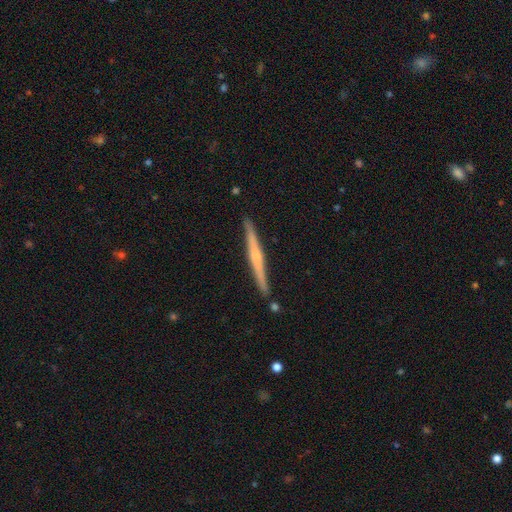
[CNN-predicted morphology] Q: Smooth or featured?
A: featured or disk (67%); runner-up: smooth (28%)
Q: Edge-on disk?
A: yes (98%); runner-up: no (2%)
Q: Edge-on bulge?
A: rounded (57%); runner-up: none (31%)
Q: Merging?
A: none (90%); runner-up: minor disturbance (7%)